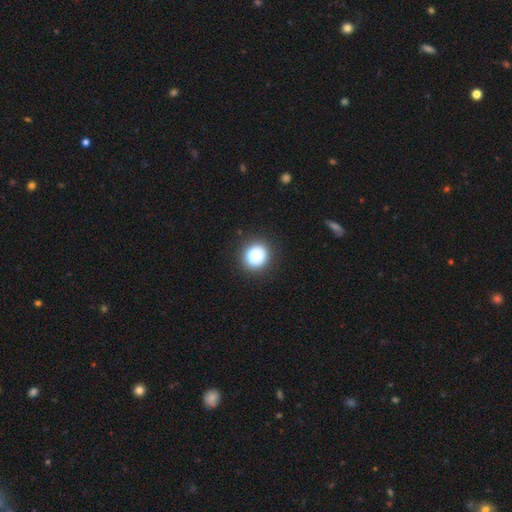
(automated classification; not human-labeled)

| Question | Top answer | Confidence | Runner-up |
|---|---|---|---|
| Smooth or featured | smooth | 87% | star or artifact (9%) |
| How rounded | round | 87% | in between (12%) |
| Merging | none | 89% | minor disturbance (7%) |